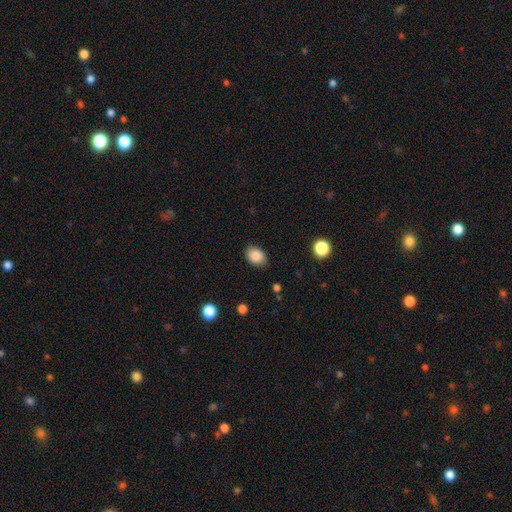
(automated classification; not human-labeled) Smooth or featured?
  - smooth: 87% *
  - star or artifact: 8%
  - featured or disk: 5%
How rounded?
  - in between: 74% *
  - round: 25%
  - cigar-shaped: 1%
Merging?
  - none: 83% *
  - minor disturbance: 14%
  - major disturbance: 3%
  - merger: 1%